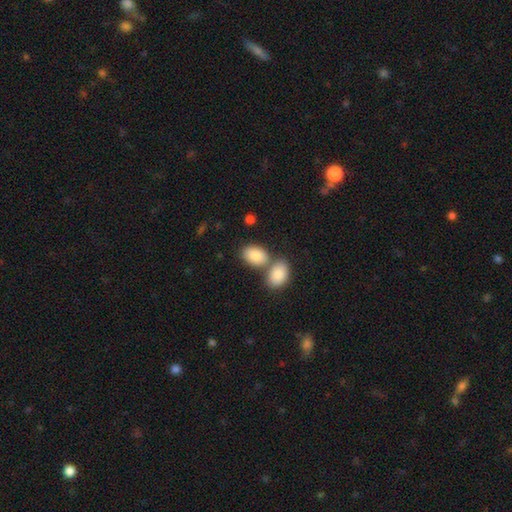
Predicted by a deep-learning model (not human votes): This appears to be a smooth galaxy with no disk features (86%) that is in between round and cigar-shaped (86%). Merging: none (44%).